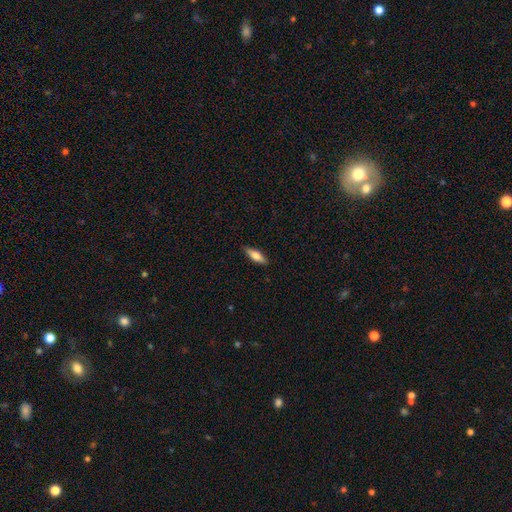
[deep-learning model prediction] This is likely a smooth galaxy (65%). How rounded: possibly cigar-shaped (51%). Merging: clearly none (88%).